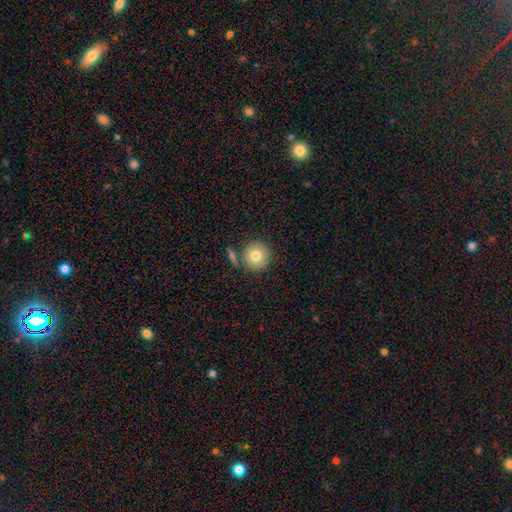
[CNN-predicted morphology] smooth_or_featured: smooth (p=0.79) [alt: featured or disk p=0.13]
how_rounded: round (p=0.93) [alt: in between p=0.06]
merging: none (p=0.77) [alt: merger p=0.10]